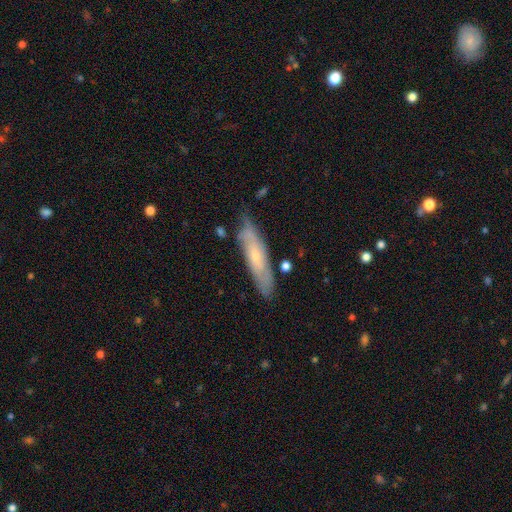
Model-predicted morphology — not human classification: The model was most divided on "edge-on disk": no: 59%, yes: 41%. More confident: merging — none (74%); smooth or featured — featured or disk (56%).